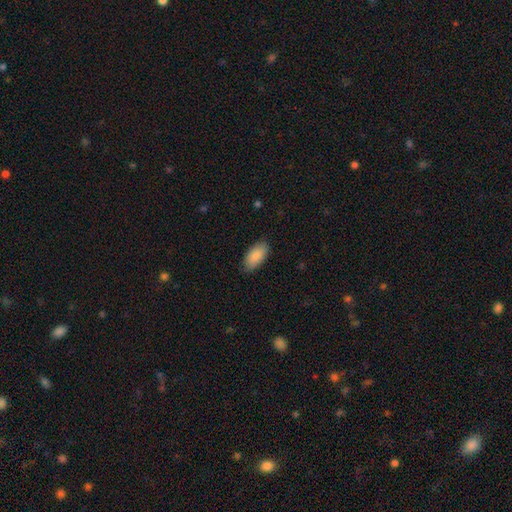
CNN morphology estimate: Smooth or featured? smooth (88%)
How rounded? in between (93%)
Merging? none (85%)